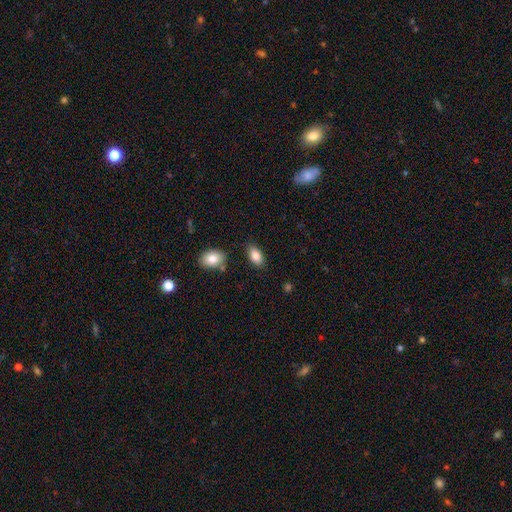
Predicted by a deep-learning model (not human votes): This appears to be a smooth galaxy with no disk features (86%) that is in between round and cigar-shaped (92%). Merging: none (82%).